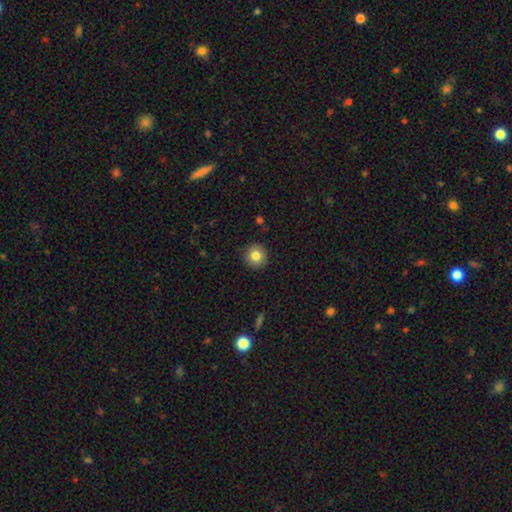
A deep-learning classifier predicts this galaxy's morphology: Q: Smooth or featured?
A: smooth (82%); runner-up: star or artifact (10%)
Q: How rounded?
A: round (95%); runner-up: in between (4%)
Q: Merging?
A: none (91%); runner-up: minor disturbance (6%)